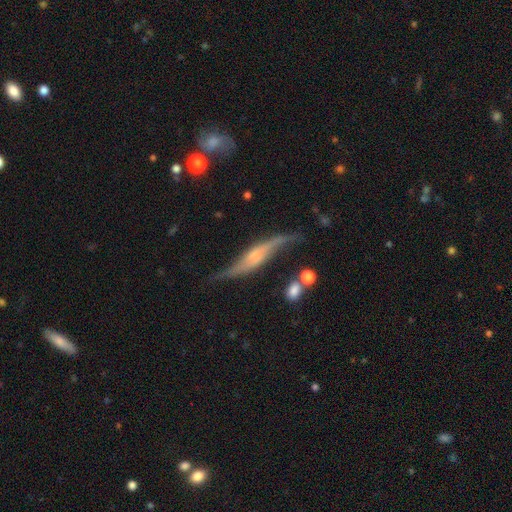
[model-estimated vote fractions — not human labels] Overall: featured or disk (76%). Edge-on disk: yes (59%; no 41%). Merging: none (59%; minor disturbance 25%).